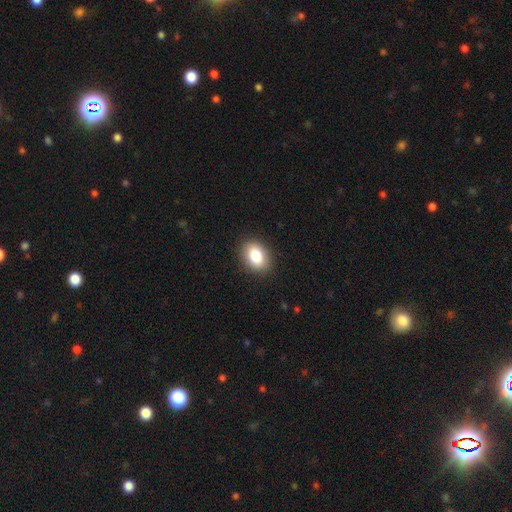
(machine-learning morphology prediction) Smooth or featured? smooth (83%)
How rounded? in between (76%)
Merging? none (89%)